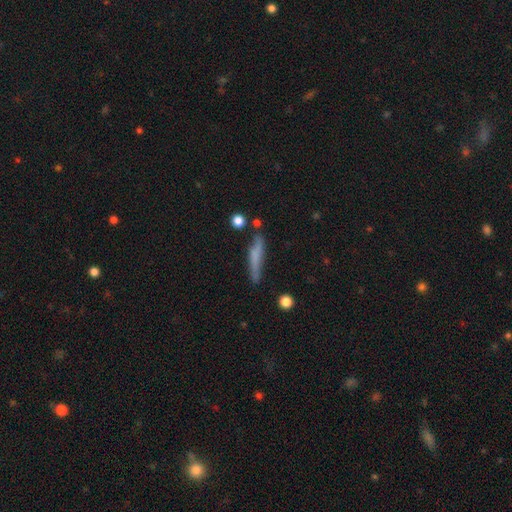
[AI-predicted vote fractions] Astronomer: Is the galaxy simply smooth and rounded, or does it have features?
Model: smooth — 59%.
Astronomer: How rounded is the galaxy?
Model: cigar-shaped — 88%.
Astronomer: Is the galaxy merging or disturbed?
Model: none — 67%.